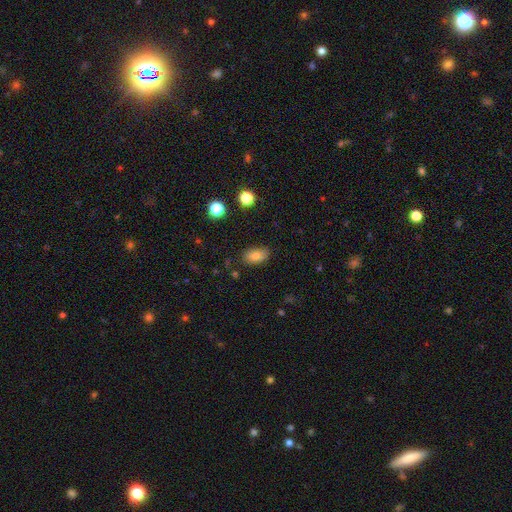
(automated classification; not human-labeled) The model was most divided on "smooth or featured": smooth: 79%, featured or disk: 11%, star or artifact: 10%. More confident: how rounded — in between (89%); merging — none (83%).